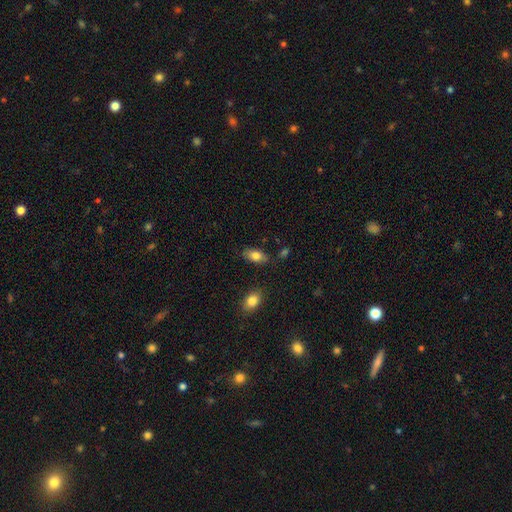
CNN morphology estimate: The model was most divided on "merging": none: 81%, minor disturbance: 13%, merger: 3%, major disturbance: 3%. More confident: how rounded — in between (91%); smooth or featured — smooth (81%).